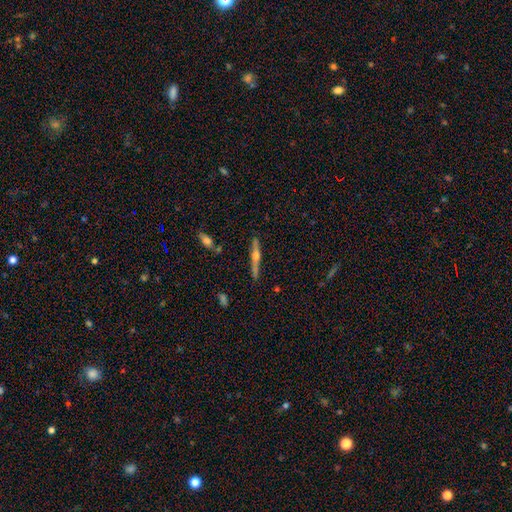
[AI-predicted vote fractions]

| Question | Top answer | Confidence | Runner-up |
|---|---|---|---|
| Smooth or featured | featured or disk | 74% | smooth (19%) |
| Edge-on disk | yes | 98% | no (2%) |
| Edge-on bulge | rounded | 92% | boxy (4%) |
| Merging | none | 88% | minor disturbance (8%) |